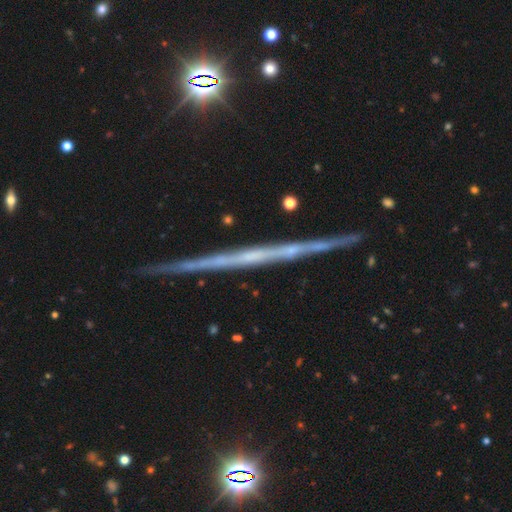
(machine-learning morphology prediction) Q: Smooth or featured?
A: featured or disk (76%); runner-up: smooth (14%)
Q: Edge-on disk?
A: yes (97%); runner-up: no (3%)
Q: Edge-on bulge?
A: none (81%); runner-up: rounded (13%)
Q: Merging?
A: none (90%); runner-up: minor disturbance (7%)